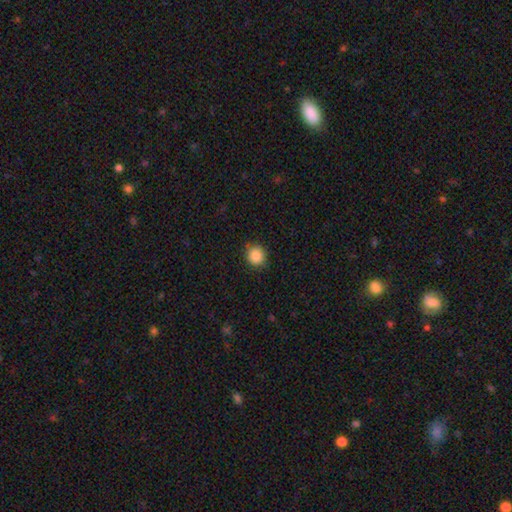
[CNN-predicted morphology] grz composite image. It shows a smooth galaxy with no disk features (87%) that is round (87%). Merging: none (86%).